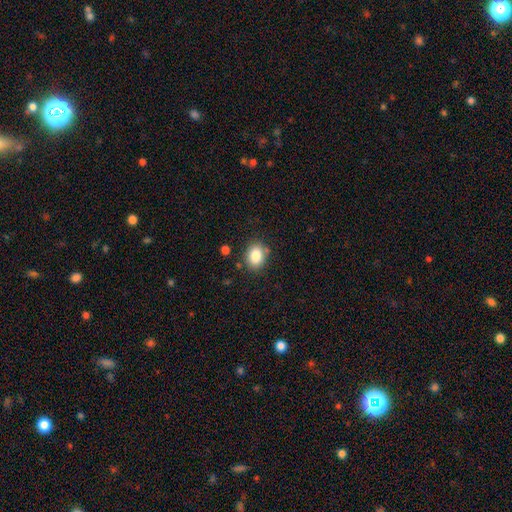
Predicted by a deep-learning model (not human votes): Q: Smooth or featured?
A: smooth (84%); runner-up: star or artifact (9%)
Q: How rounded?
A: in between (60%); runner-up: round (39%)
Q: Merging?
A: none (82%); runner-up: minor disturbance (12%)